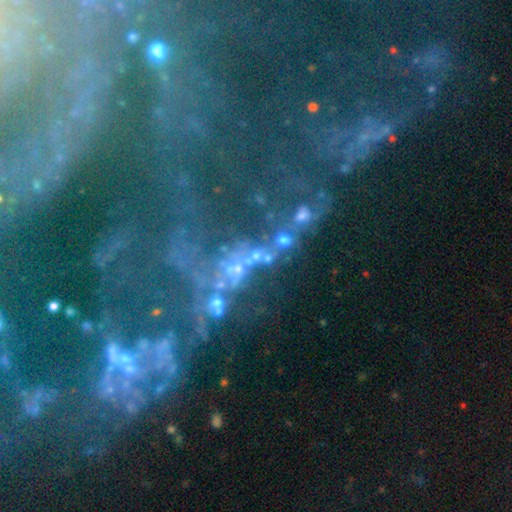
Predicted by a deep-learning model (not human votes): Smooth or featured?
  - featured or disk: 41% *
  - star or artifact: 34%
  - smooth: 26%
Merging?
  - merger: 34% *
  - none: 29%
  - major disturbance: 24%
  - minor disturbance: 13%